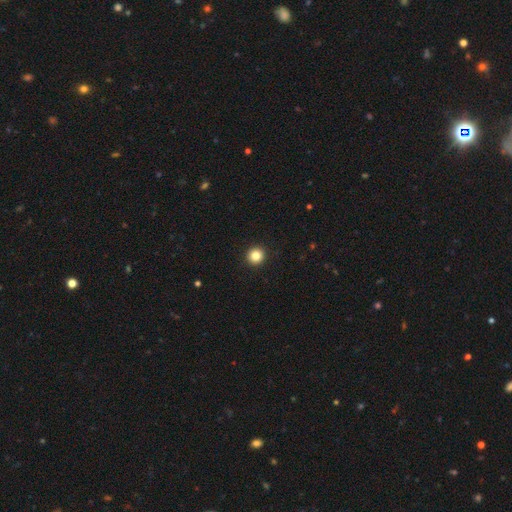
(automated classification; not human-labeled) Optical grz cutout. It shows a smooth galaxy with no disk features (85%) that is round (94%). Merging: none (94%).